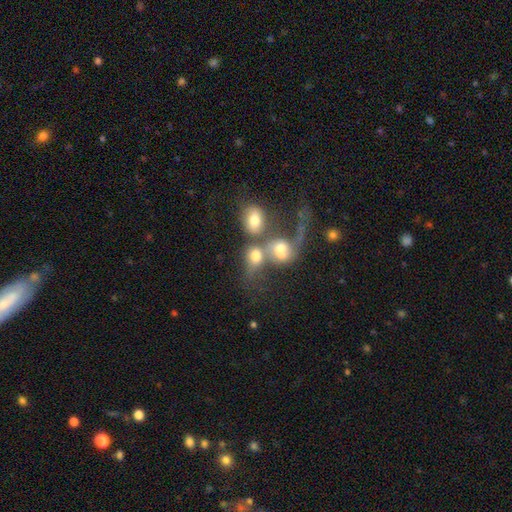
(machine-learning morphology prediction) Smooth or featured?
  - smooth: 61% *
  - featured or disk: 25%
  - star or artifact: 13%
How rounded?
  - round: 55% *
  - in between: 43%
  - cigar-shaped: 2%
Merging?
  - merger: 59% *
  - none: 18%
  - major disturbance: 15%
  - minor disturbance: 7%